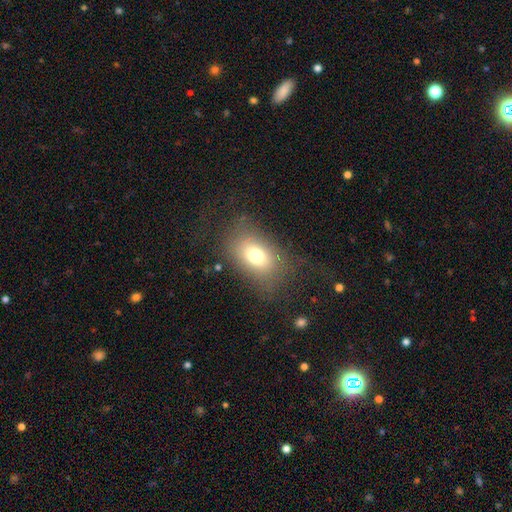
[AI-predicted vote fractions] smooth 72%, featured or disk 15%, star or artifact 13%. Down the decision tree: how rounded — in between (79%); merging — none (71%).